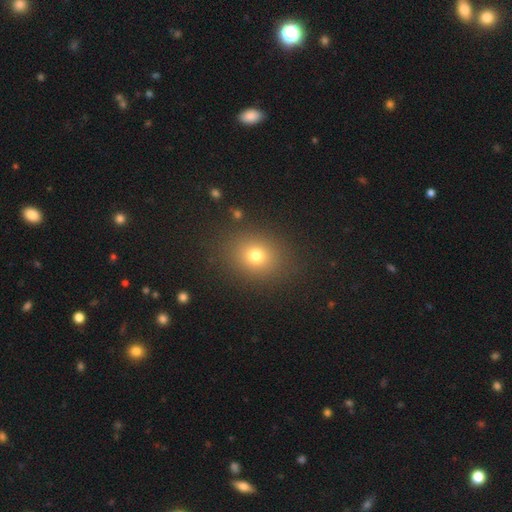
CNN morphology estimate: A smooth galaxy with no disk features (73%) that is round (59%).

Vote fractions:
- Smooth or featured? smooth: 73% / star or artifact: 17% / featured or disk: 10%
- How rounded? round: 59% / in between: 40% / cigar-shaped: 1%
- Merging? none: 86% / minor disturbance: 8% / major disturbance: 4% / merger: 2%